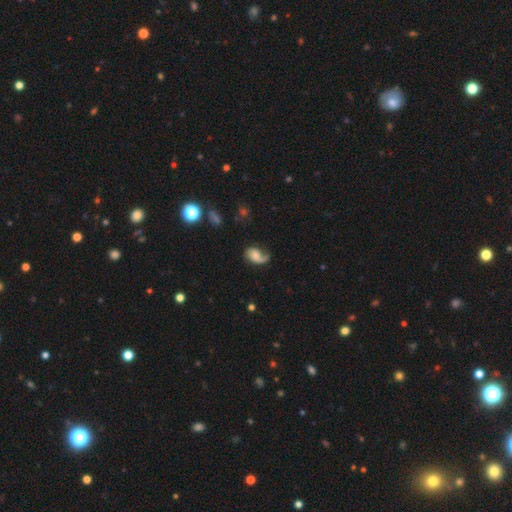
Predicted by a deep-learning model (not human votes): Overall: featured or disk (52%; smooth 39%). Edge-on disk: no (96%). Bar: no (72%). Spiral arms: yes (87%). Bulge size: small (38%; moderate 31%). Merging: none (39%; major disturbance 31%).